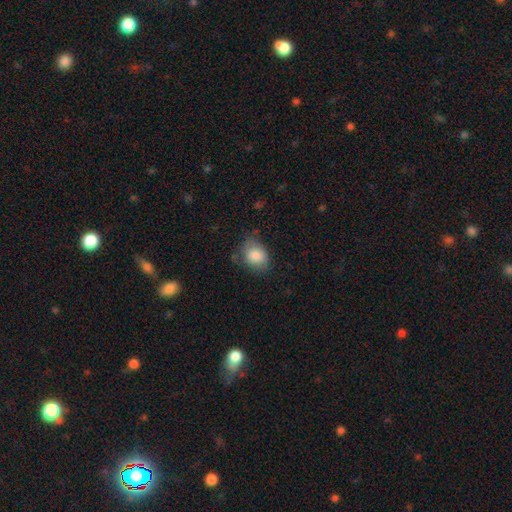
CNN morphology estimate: smooth-or-featured: smooth: 83% | featured or disk: 10% | star or artifact: 8%
  how-rounded: in between: 51% | round: 48% | cigar-shaped: 1%
  merging: none: 58% | minor disturbance: 30% | major disturbance: 10% | merger: 2%